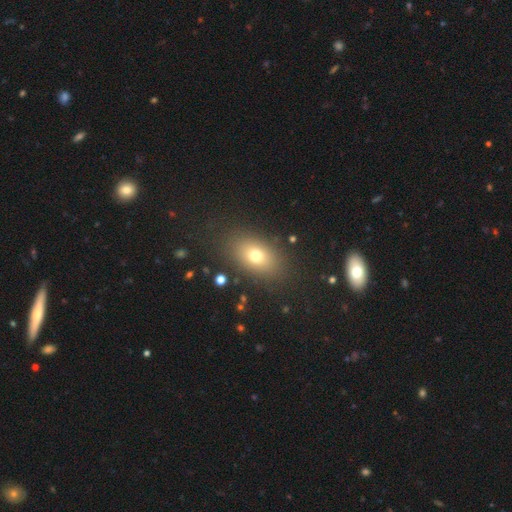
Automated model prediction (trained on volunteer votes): Smooth or featured?
  - smooth: 73% *
  - featured or disk: 15%
  - star or artifact: 12%
How rounded?
  - in between: 81% *
  - round: 17%
  - cigar-shaped: 3%
Merging?
  - none: 84% *
  - minor disturbance: 10%
  - major disturbance: 5%
  - merger: 1%